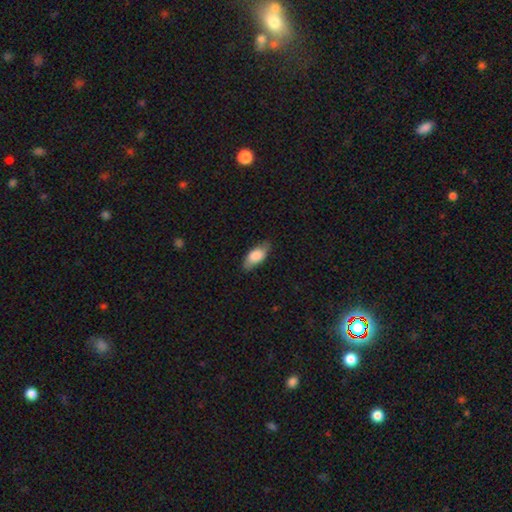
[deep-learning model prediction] This is likely a smooth galaxy (80%). How rounded: clearly in between (86%). Merging: likely none (77%).